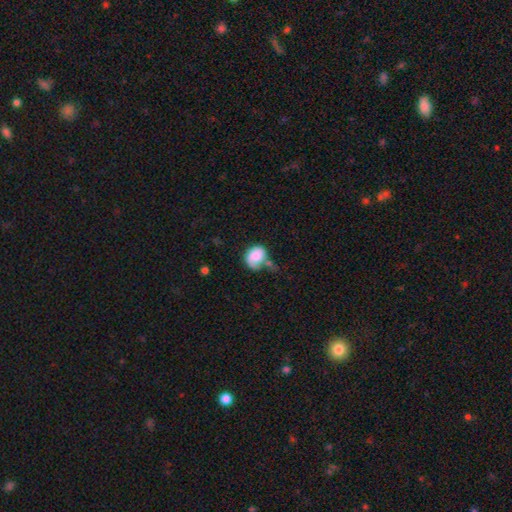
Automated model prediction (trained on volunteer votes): smooth-or-featured: smooth: 68% | featured or disk: 25% | star or artifact: 7%
  how-rounded: in between: 50% | round: 49% | cigar-shaped: 1%
  merging: none: 32% | minor disturbance: 28% | major disturbance: 26% | merger: 14%